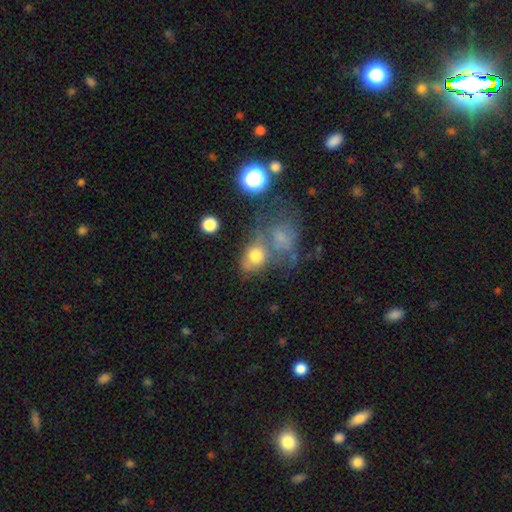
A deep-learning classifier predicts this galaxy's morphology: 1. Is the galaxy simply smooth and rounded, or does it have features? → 66% smooth, 18% featured or disk, 16% star or artifact.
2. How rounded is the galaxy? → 54% in between, 44% round, 2% cigar-shaped.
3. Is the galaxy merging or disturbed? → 38% merger, 32% none, 15% major disturbance, 14% minor disturbance.